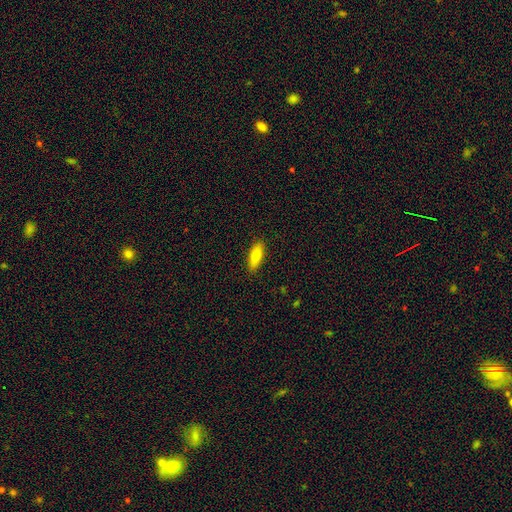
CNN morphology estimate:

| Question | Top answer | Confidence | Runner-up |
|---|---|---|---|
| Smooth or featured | smooth | 78% | featured or disk (15%) |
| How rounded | in between | 58% | cigar-shaped (39%) |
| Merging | none | 89% | minor disturbance (9%) |